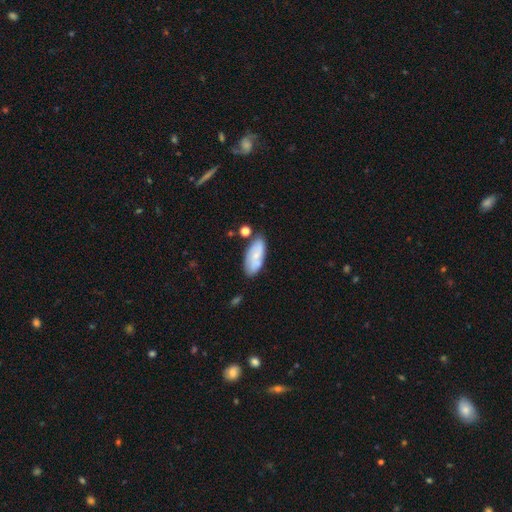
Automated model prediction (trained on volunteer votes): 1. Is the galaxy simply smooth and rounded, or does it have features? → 58% smooth, 35% featured or disk, 7% star or artifact.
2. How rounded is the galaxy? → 84% in between, 14% cigar-shaped, 2% round.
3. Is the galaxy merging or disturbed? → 69% none, 19% minor disturbance, 8% merger, 4% major disturbance.